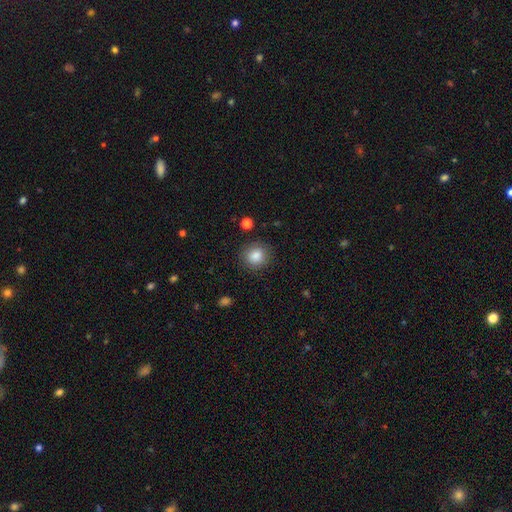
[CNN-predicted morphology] Q: Smooth or featured?
A: smooth (85%); runner-up: star or artifact (9%)
Q: How rounded?
A: round (84%); runner-up: in between (15%)
Q: Merging?
A: none (86%); runner-up: minor disturbance (9%)